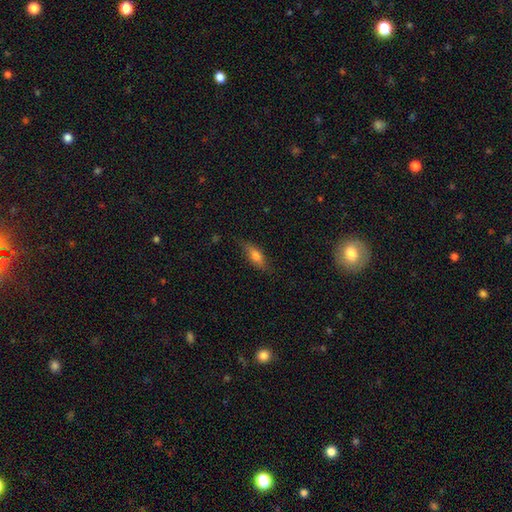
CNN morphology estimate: type=smooth (67%); roundness=in between (62%); merging=none (78%).